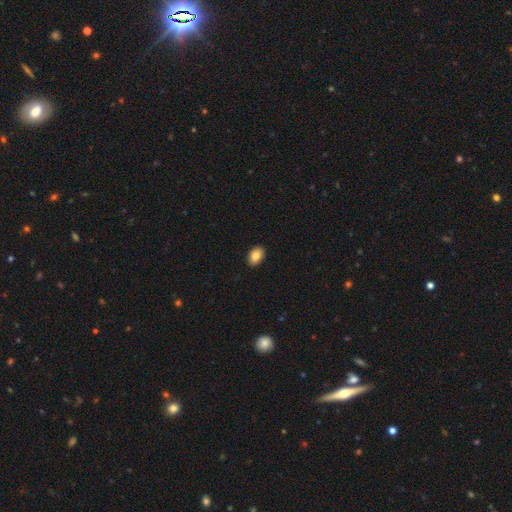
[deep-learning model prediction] Overall: smooth (86%). How rounded: in between (89%). Merging: none (90%).